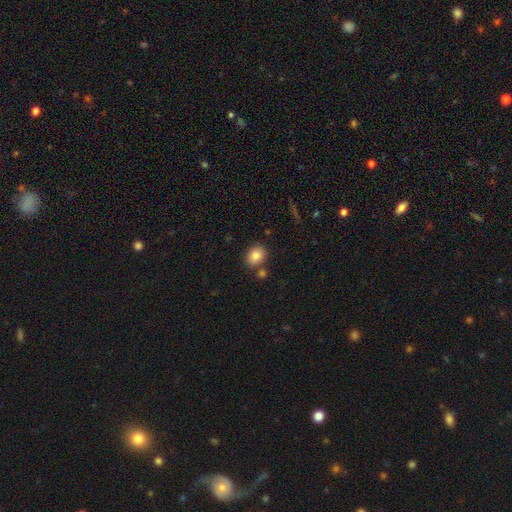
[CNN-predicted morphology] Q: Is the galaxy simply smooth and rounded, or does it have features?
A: smooth — 85%.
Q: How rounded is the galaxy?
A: in between — 53%.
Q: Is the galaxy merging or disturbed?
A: none — 77%.